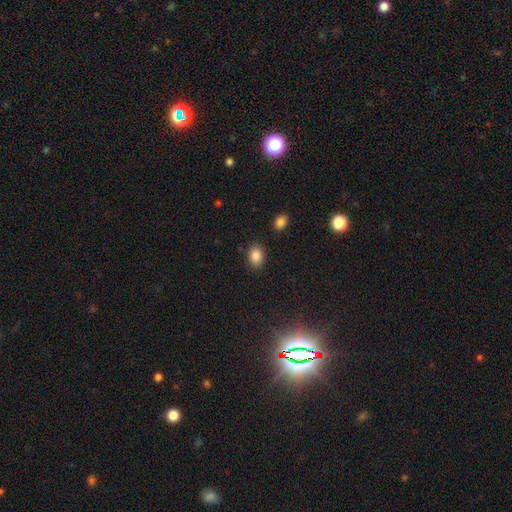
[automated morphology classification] smooth 86%, star or artifact 9%, featured or disk 5%. Down the decision tree: how rounded — in between (78%); merging — none (85%).